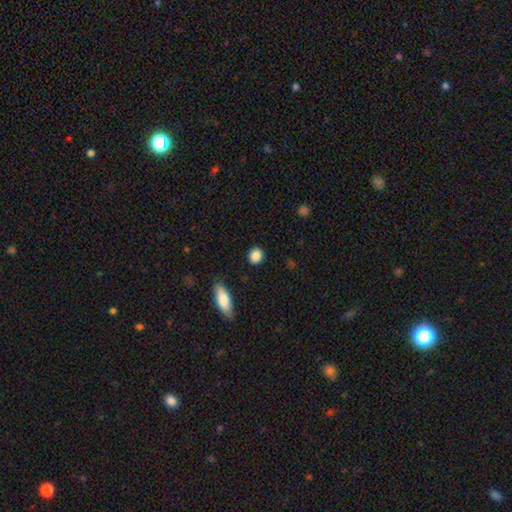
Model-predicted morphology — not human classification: type=smooth (88%); roundness=round (79%); merging=none (89%).